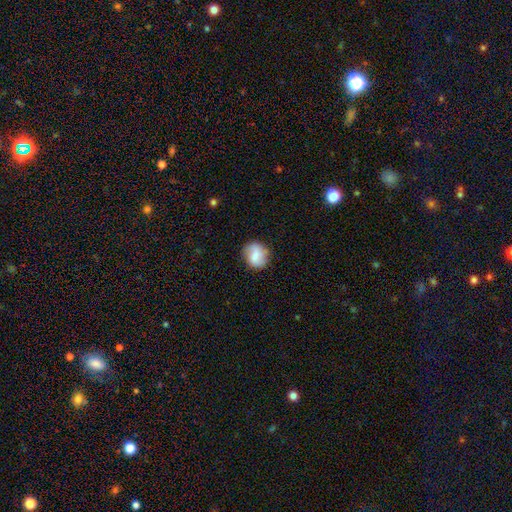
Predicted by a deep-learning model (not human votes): Q: Smooth or featured?
A: smooth (69%); runner-up: featured or disk (23%)
Q: How rounded?
A: round (76%); runner-up: in between (23%)
Q: Merging?
A: none (77%); runner-up: minor disturbance (17%)